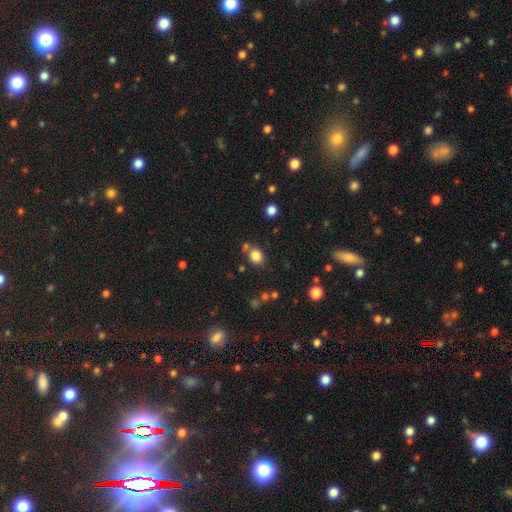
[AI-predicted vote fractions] smooth-or-featured: smooth: 82% | star or artifact: 12% | featured or disk: 6%
  how-rounded: round: 58% | in between: 41% | cigar-shaped: 1%
  merging: none: 71% | merger: 13% | minor disturbance: 12% | major disturbance: 4%